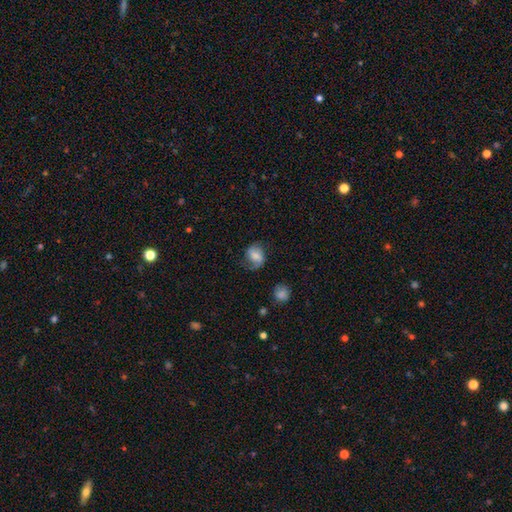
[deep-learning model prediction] A smooth galaxy with no disk features (53%) that is in between round and cigar-shaped (54%).

Vote fractions:
- Smooth or featured? smooth: 53% / featured or disk: 38% / star or artifact: 9%
- How rounded? in between: 54% / round: 45% / cigar-shaped: 1%
- Merging? none: 55% / minor disturbance: 26% / major disturbance: 16% / merger: 2%